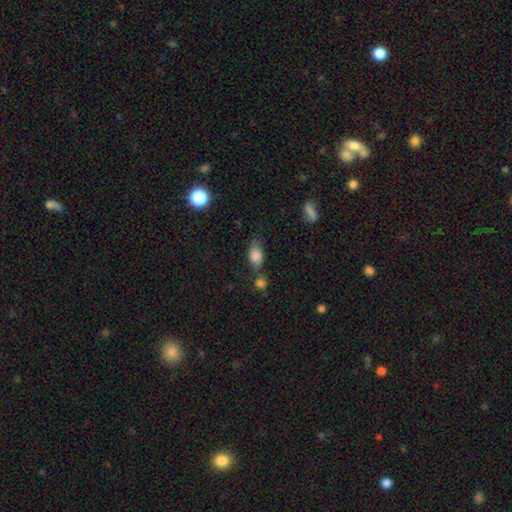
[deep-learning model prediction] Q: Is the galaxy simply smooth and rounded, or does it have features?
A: smooth — 79%.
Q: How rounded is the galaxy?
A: in between — 83%.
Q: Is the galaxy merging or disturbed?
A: none — 51%.